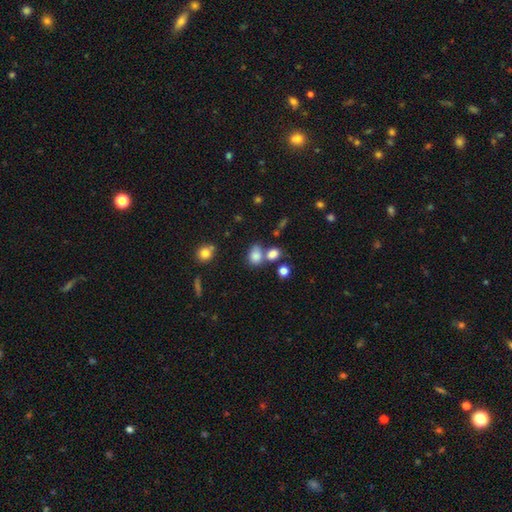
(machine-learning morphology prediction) This appears to be a smooth galaxy with no disk features (80%) that is in between round and cigar-shaped (63%). Merging: none (46%).